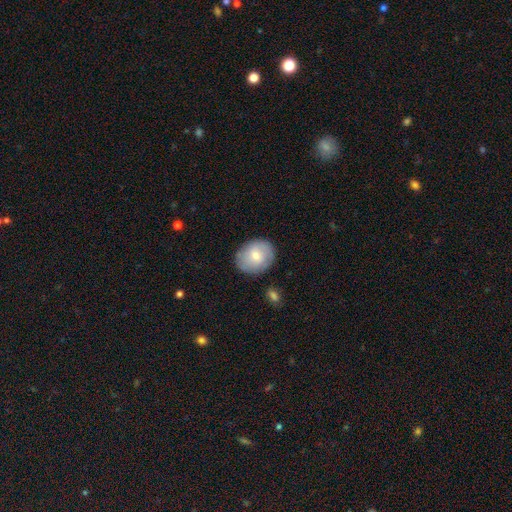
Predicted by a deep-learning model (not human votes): smooth-or-featured: smooth: 64% | featured or disk: 29% | star or artifact: 7%
  how-rounded: round: 60% | in between: 39% | cigar-shaped: 1%
  merging: none: 81% | minor disturbance: 13% | major disturbance: 3% | merger: 2%